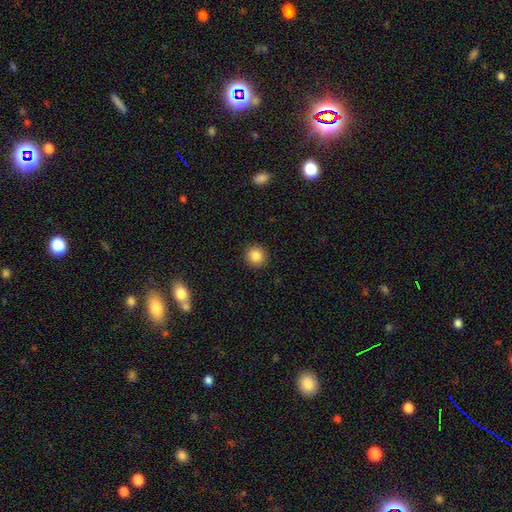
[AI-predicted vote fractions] smooth_or_featured: smooth (p=0.85) [alt: star or artifact p=0.10]
how_rounded: round (p=0.93) [alt: in between p=0.06]
merging: none (p=0.92) [alt: minor disturbance p=0.05]